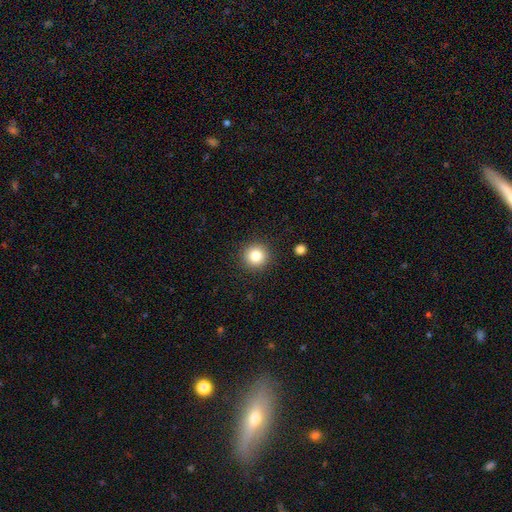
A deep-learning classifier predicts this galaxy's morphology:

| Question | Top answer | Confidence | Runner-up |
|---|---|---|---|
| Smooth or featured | smooth | 82% | star or artifact (11%) |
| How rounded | round | 94% | in between (5%) |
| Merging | none | 90% | minor disturbance (6%) |